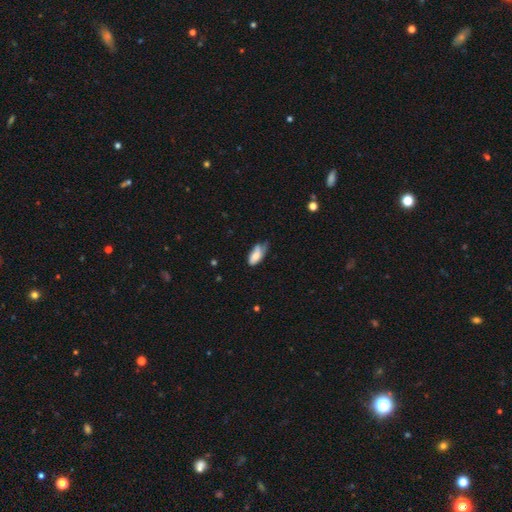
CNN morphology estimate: Q: Smooth or featured?
A: smooth (71%); runner-up: featured or disk (22%)
Q: How rounded?
A: in between (86%); runner-up: cigar-shaped (12%)
Q: Merging?
A: minor disturbance (43%); runner-up: none (37%)